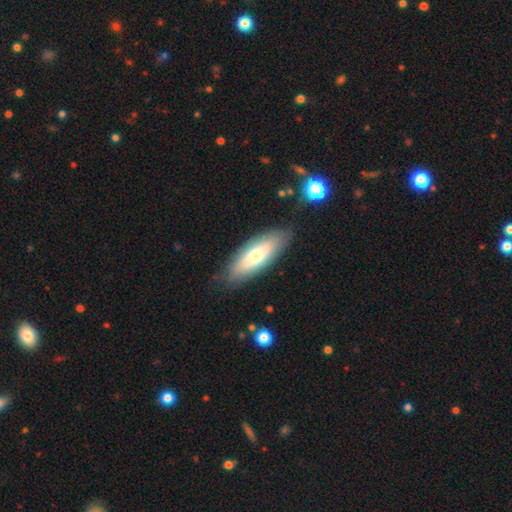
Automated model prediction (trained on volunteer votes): smooth 65%, featured or disk 28%, star or artifact 6%. Down the decision tree: how rounded — in between (66%); merging — none (83%).